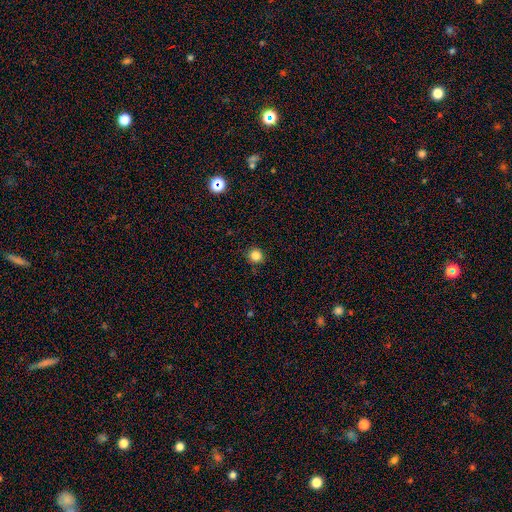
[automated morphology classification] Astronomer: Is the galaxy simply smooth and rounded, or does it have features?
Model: smooth — 84%.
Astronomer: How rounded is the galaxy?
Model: round — 92%.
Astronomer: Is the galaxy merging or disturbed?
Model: none — 89%.